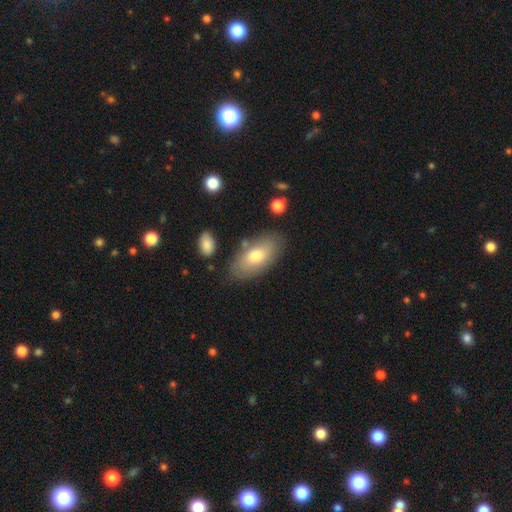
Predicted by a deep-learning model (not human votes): This is likely a smooth galaxy (71%). How rounded: clearly in between (91%). Merging: likely none (79%).